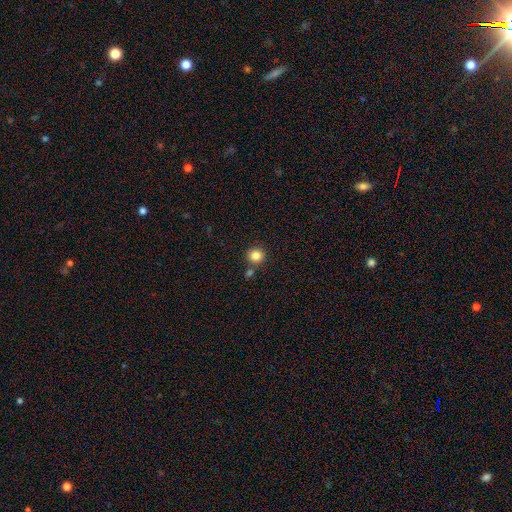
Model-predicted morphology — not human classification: This appears to be a smooth galaxy with no disk features (84%) that is round (92%). Merging: none (77%).